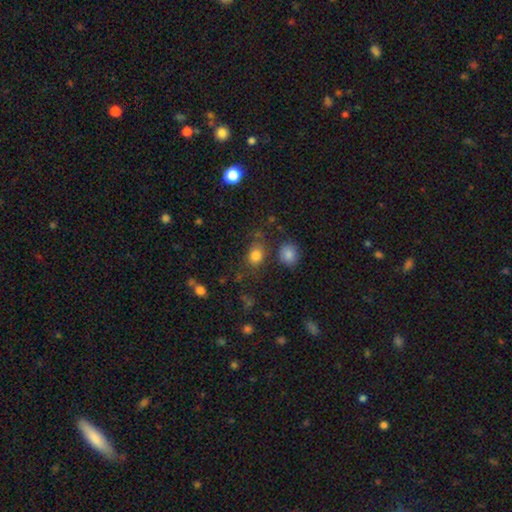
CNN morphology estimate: Smooth or featured: smooth — 80% (star or artifact — 13%)
How rounded: in between — 55% (round — 44%)
Merging: none — 68% (minor disturbance — 16%)